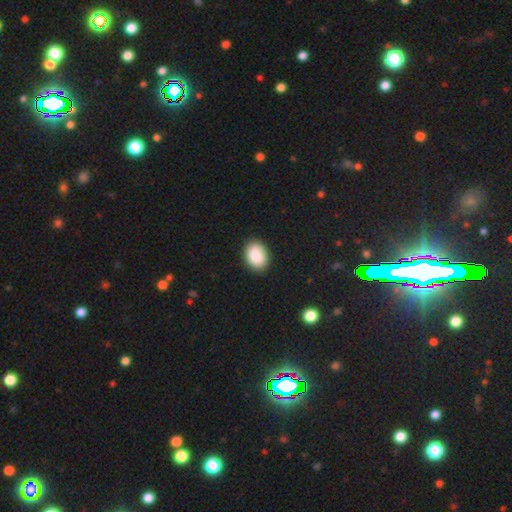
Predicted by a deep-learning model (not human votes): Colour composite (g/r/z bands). It shows a smooth galaxy with no disk features (89%) that is in between round and cigar-shaped (74%). Merging: none (89%).